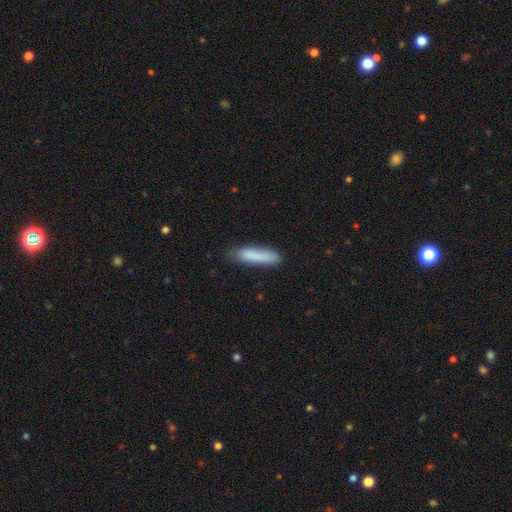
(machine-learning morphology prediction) This appears to be a smooth galaxy with no disk features (84%) that is cigar-shaped (79%). Merging: none (77%).